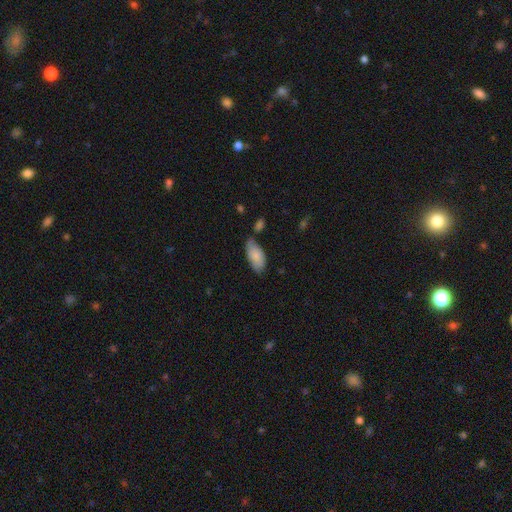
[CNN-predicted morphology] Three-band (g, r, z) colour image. It shows a smooth galaxy with no disk features (83%) that is in between round and cigar-shaped (93%). Merging: none (58%).